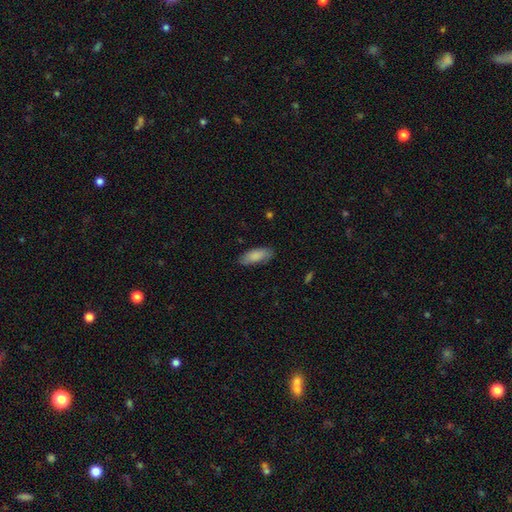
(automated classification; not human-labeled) smooth_or_featured: smooth (p=0.85) [alt: featured or disk p=0.10]
how_rounded: in between (p=0.78) [alt: cigar-shaped p=0.21]
merging: none (p=0.81) [alt: minor disturbance p=0.15]